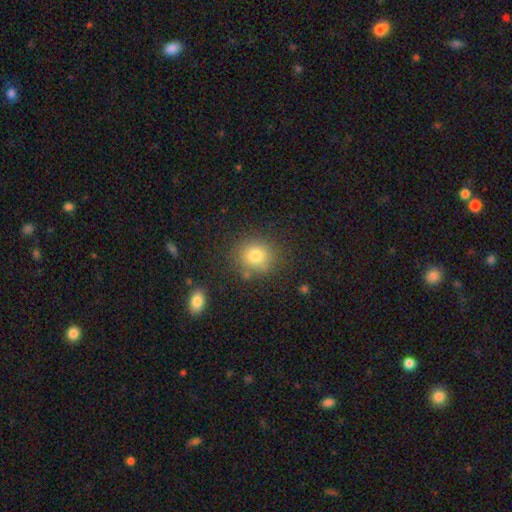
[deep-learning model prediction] Smooth or featured? smooth (80%)
How rounded? round (81%)
Merging? none (81%)